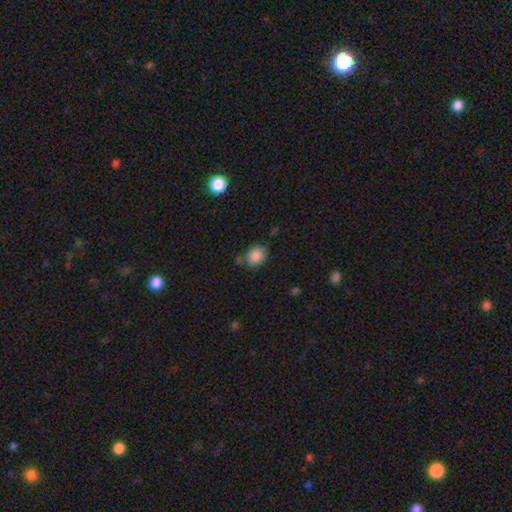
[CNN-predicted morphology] Smooth or featured?
  - smooth: 87% *
  - star or artifact: 9%
  - featured or disk: 4%
How rounded?
  - round: 55% *
  - in between: 44%
  - cigar-shaped: 1%
Merging?
  - none: 70% *
  - minor disturbance: 17%
  - merger: 8%
  - major disturbance: 5%